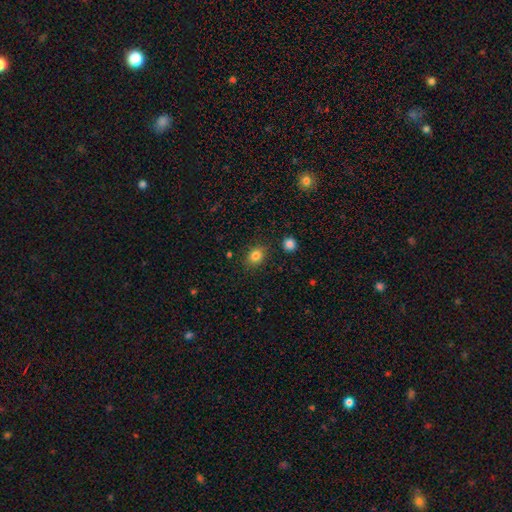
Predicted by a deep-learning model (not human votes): The model was most divided on "how rounded": in between: 50%, round: 49%, cigar-shaped: 1%. More confident: merging — none (85%); smooth or featured — smooth (82%).